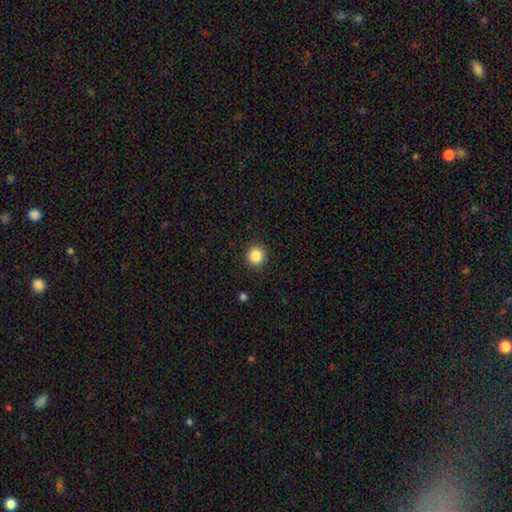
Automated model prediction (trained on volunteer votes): A smooth galaxy with no disk features (86%) that is round (93%).

Vote fractions:
- Smooth or featured? smooth: 86% / star or artifact: 10% / featured or disk: 4%
- How rounded? round: 93% / in between: 6% / cigar-shaped: 1%
- Merging? none: 91% / minor disturbance: 5% / major disturbance: 2% / merger: 1%